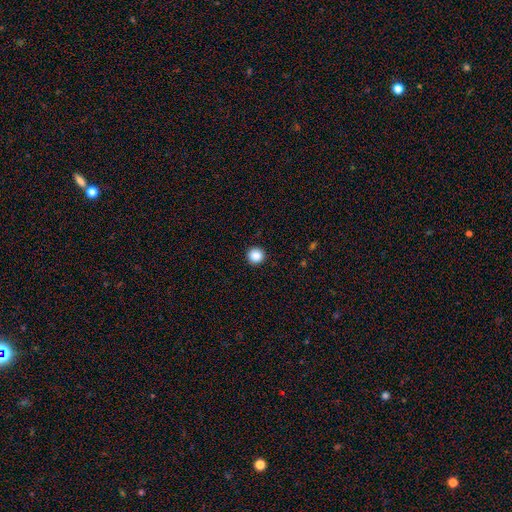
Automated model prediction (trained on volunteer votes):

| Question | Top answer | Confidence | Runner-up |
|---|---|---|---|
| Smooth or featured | smooth | 88% | star or artifact (9%) |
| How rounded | round | 96% | in between (3%) |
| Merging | none | 93% | minor disturbance (4%) |